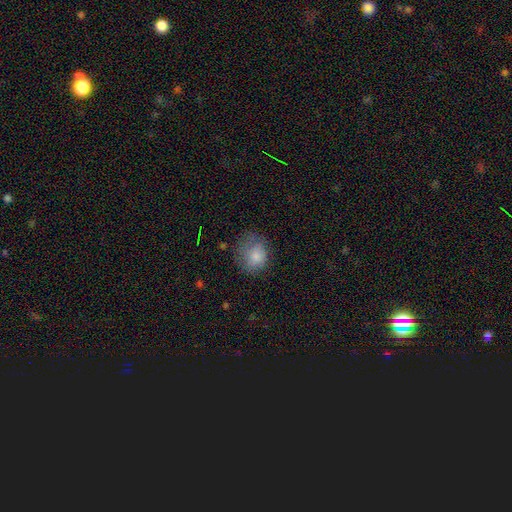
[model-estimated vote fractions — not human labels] The model was most divided on "merging": none: 50%, minor disturbance: 30%, major disturbance: 18%, merger: 2%. More confident: smooth or featured — smooth (80%); how rounded — round (63%).